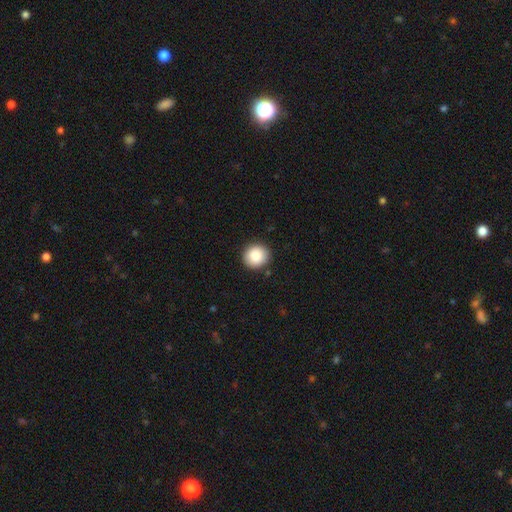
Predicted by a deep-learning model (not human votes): Overall: smooth (87%). How rounded: round (86%). Merging: none (89%).